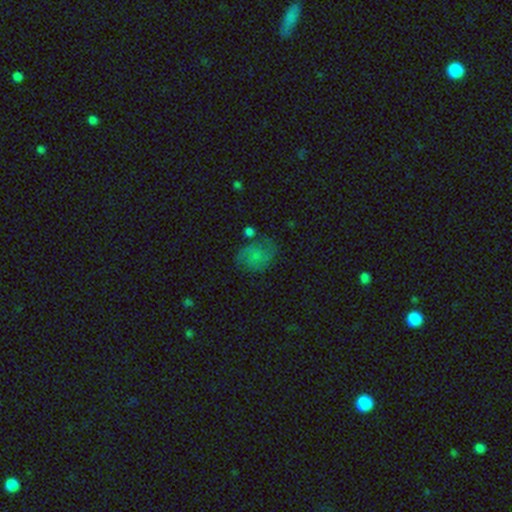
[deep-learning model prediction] smooth_or_featured: smooth (p=0.51) [alt: featured or disk p=0.34]
how_rounded: in between (p=0.52) [alt: round p=0.47]
merging: none (p=0.55) [alt: minor disturbance p=0.25]